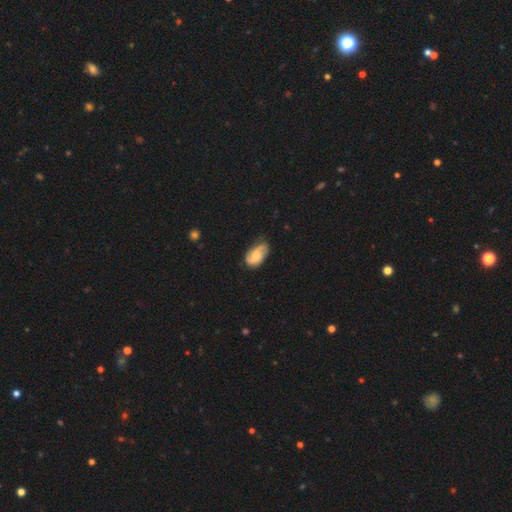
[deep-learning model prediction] A featured or disk galaxy (55%) with no bar (63%), spiral arms (90%) and a moderate central bulge (42%).

Vote fractions:
- Smooth or featured? featured or disk: 55% / smooth: 39% / star or artifact: 7%
- Edge-on disk? no: 96% / yes: 4%
- Bar? no: 63% / weak: 32% / strong: 5%
- Spiral arms? yes: 90% / no: 10%
- Bulge size? moderate: 42% / small: 33% / none: 14% / large: 9% / dominant: 2%
- Merging? none: 64% / minor disturbance: 27% / major disturbance: 7% / merger: 2%